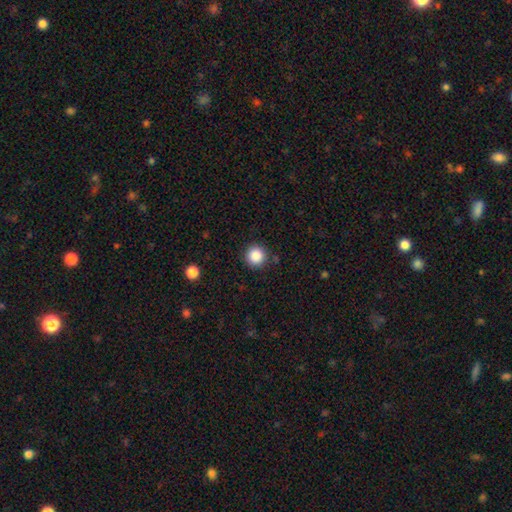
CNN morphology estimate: A smooth galaxy with no disk features (87%) that is round (95%). Merging: none (89%).